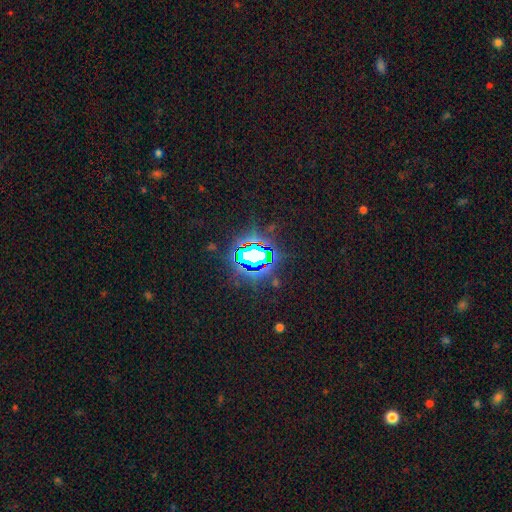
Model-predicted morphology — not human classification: Overall: star or artifact (75%).